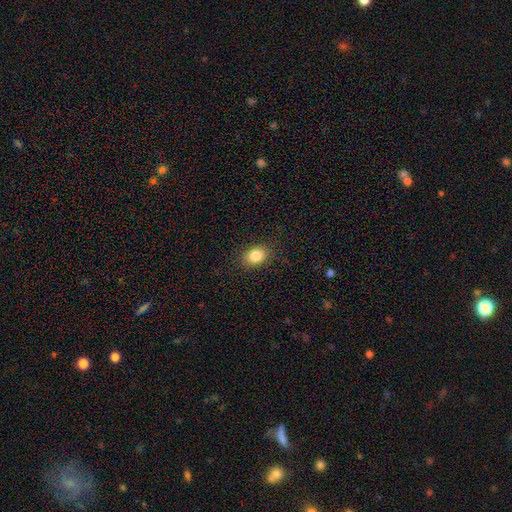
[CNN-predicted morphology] This is clearly a smooth galaxy (84%). How rounded: likely in between (66%). Merging: clearly none (86%).